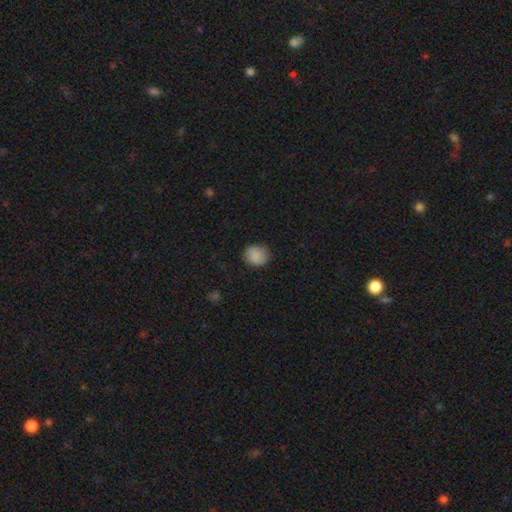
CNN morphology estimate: smooth 88%, star or artifact 8%, featured or disk 4%. Down the decision tree: how rounded — round (78%); merging — none (83%).